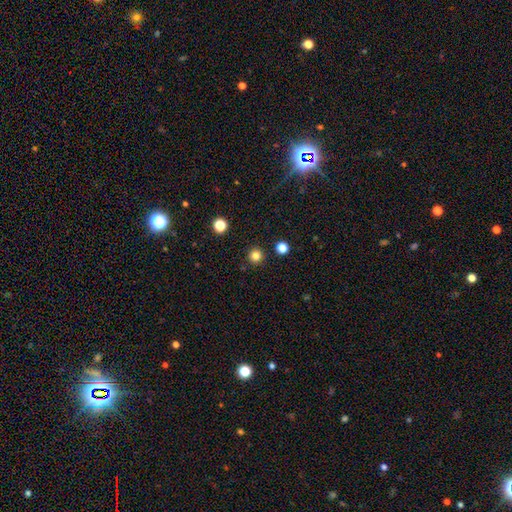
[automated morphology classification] Q: Smooth or featured?
A: smooth (82%); runner-up: star or artifact (14%)
Q: How rounded?
A: round (96%); runner-up: in between (3%)
Q: Merging?
A: none (92%); runner-up: minor disturbance (5%)